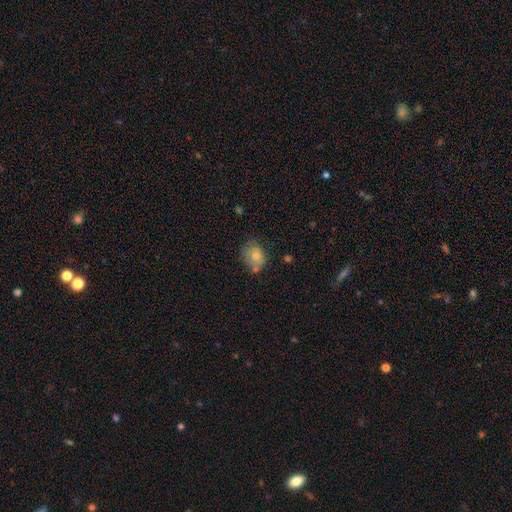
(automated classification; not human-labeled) smooth-or-featured: smooth: 72% | featured or disk: 19% | star or artifact: 9%
  how-rounded: round: 51% | in between: 48% | cigar-shaped: 1%
  merging: none: 54% | minor disturbance: 28% | merger: 9% | major disturbance: 9%